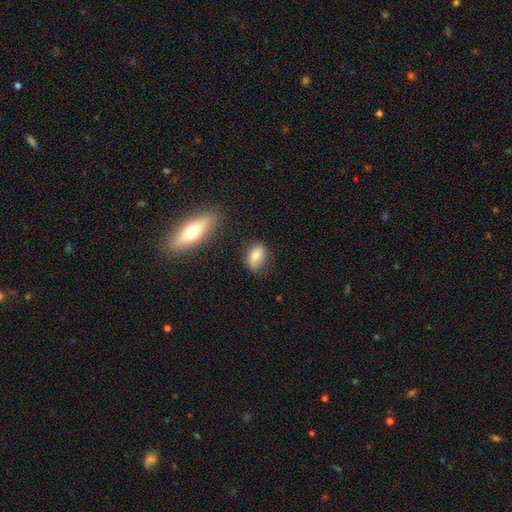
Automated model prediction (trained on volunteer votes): This is clearly a smooth galaxy (80%). How rounded: clearly in between (81%). Merging: likely none (71%).